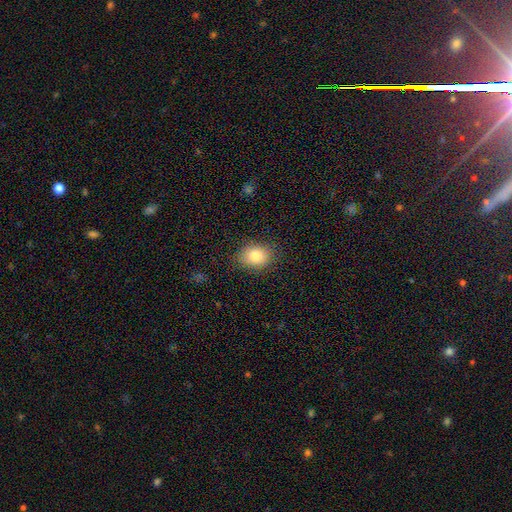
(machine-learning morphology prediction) A smooth galaxy with no disk features (81%) that is in between round and cigar-shaped (52%).

Vote fractions:
- Smooth or featured? smooth: 81% / star or artifact: 10% / featured or disk: 9%
- How rounded? in between: 52% / round: 47% / cigar-shaped: 1%
- Merging? none: 85% / minor disturbance: 11% / major disturbance: 3% / merger: 1%